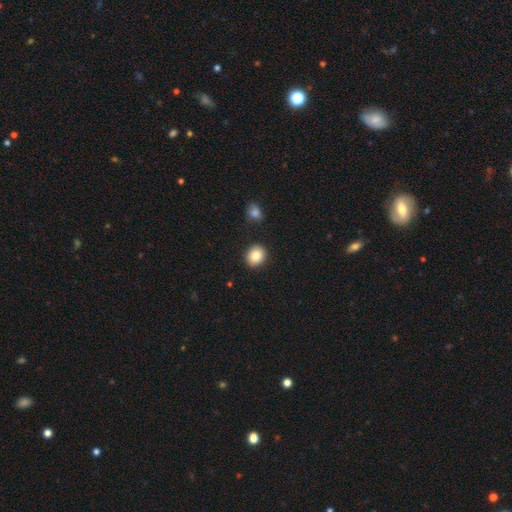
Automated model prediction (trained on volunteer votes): smooth-or-featured: smooth: 85% | star or artifact: 9% | featured or disk: 7%
  how-rounded: round: 66% | in between: 33% | cigar-shaped: 1%
  merging: none: 88% | minor disturbance: 7% | merger: 3% | major disturbance: 2%